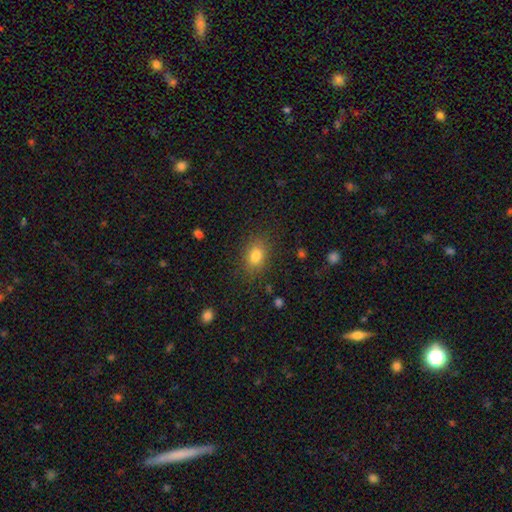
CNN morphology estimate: Overall: smooth (82%). How rounded: in between (76%). Merging: none (82%).